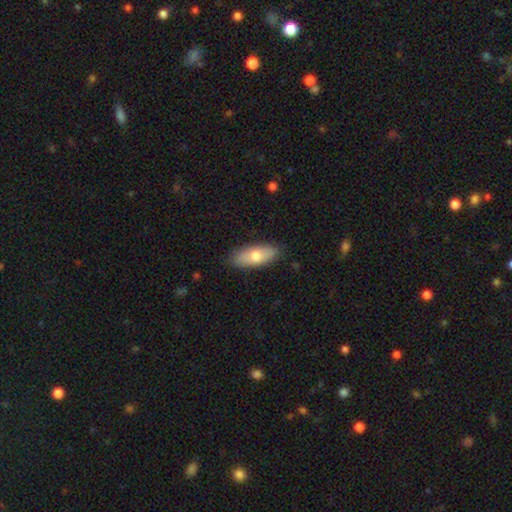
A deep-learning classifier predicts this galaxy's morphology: smooth_or_featured: smooth (p=0.72) [alt: featured or disk p=0.22]
how_rounded: in between (p=0.80) [alt: cigar-shaped p=0.17]
merging: none (p=0.85) [alt: minor disturbance p=0.12]